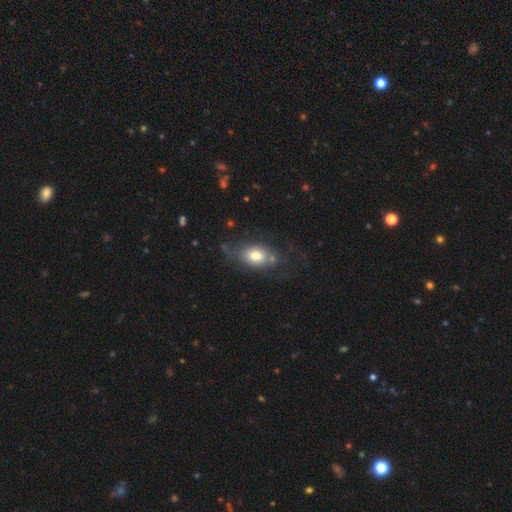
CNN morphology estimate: type=smooth (72%); roundness=in between (80%); merging=none (55%).